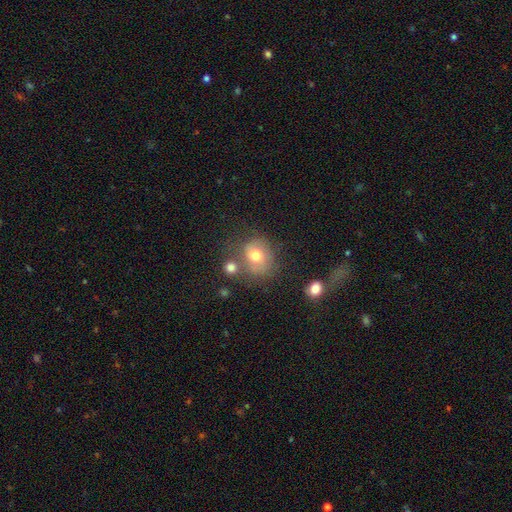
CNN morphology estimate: Smooth or featured?
  - smooth: 71% *
  - featured or disk: 17%
  - star or artifact: 12%
How rounded?
  - round: 73% *
  - in between: 26%
  - cigar-shaped: 1%
Merging?
  - none: 55% *
  - minor disturbance: 19%
  - merger: 17%
  - major disturbance: 9%